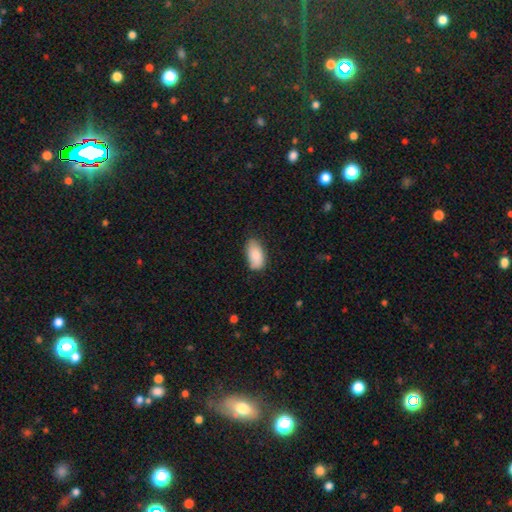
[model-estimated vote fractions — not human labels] A smooth galaxy with no disk features (85%) that is in between round and cigar-shaped (93%).

Vote fractions:
- Smooth or featured? smooth: 85% / featured or disk: 9% / star or artifact: 6%
- How rounded? in between: 93% / cigar-shaped: 4% / round: 3%
- Merging? none: 72% / minor disturbance: 23% / major disturbance: 4% / merger: 1%